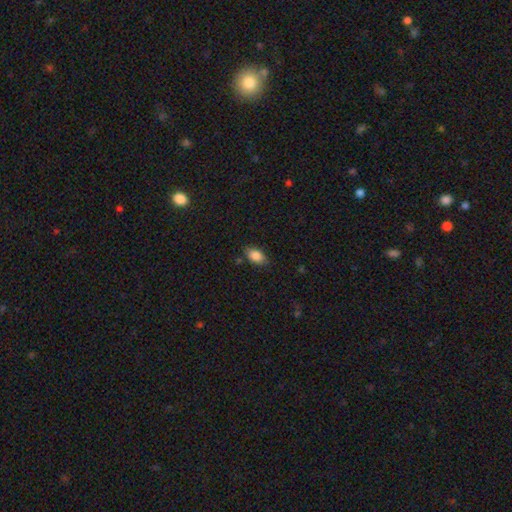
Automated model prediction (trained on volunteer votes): Smooth or featured? Predicted: smooth (p=0.85). How rounded? Predicted: in between (p=0.90). Merging? Predicted: none (p=0.82).